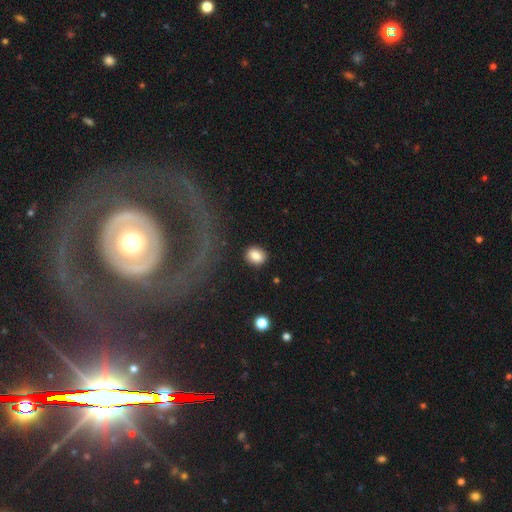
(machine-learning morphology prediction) Smooth or featured: smooth — 85% (star or artifact — 9%)
How rounded: in between — 50% (round — 49%)
Merging: none — 86% (minor disturbance — 9%)